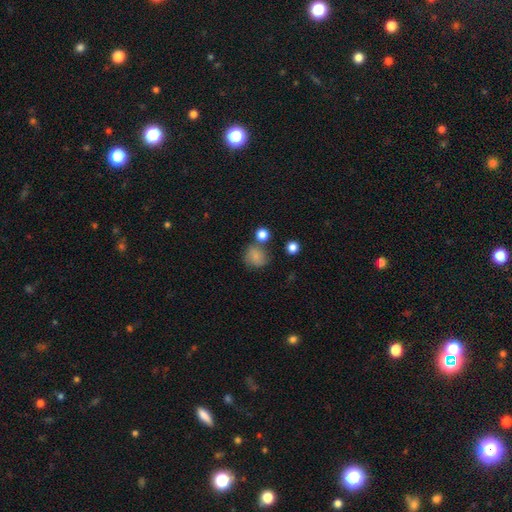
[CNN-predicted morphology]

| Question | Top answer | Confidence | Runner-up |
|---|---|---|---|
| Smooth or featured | smooth | 79% | star or artifact (12%) |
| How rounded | round | 79% | in between (20%) |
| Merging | none | 62% | minor disturbance (18%) |